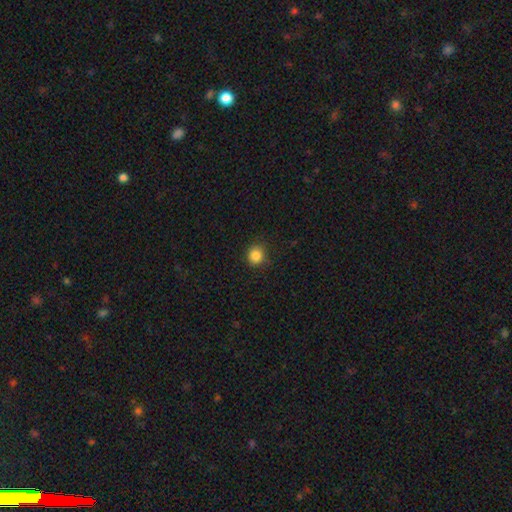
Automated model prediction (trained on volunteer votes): A smooth galaxy with no disk features (85%) that is round (86%).

Vote fractions:
- Smooth or featured? smooth: 85% / star or artifact: 11% / featured or disk: 4%
- How rounded? round: 86% / in between: 13% / cigar-shaped: 1%
- Merging? none: 86% / minor disturbance: 10% / major disturbance: 3% / merger: 1%